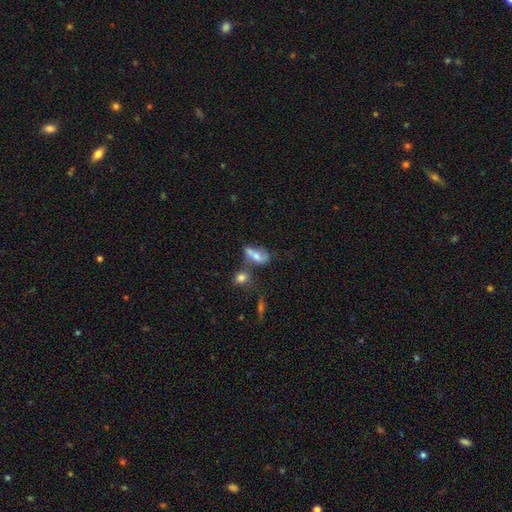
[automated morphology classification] The model was most divided on "merging": merger: 35%, none: 34%, minor disturbance: 18%, major disturbance: 13%. More confident: how rounded — in between (77%); smooth or featured — smooth (53%).